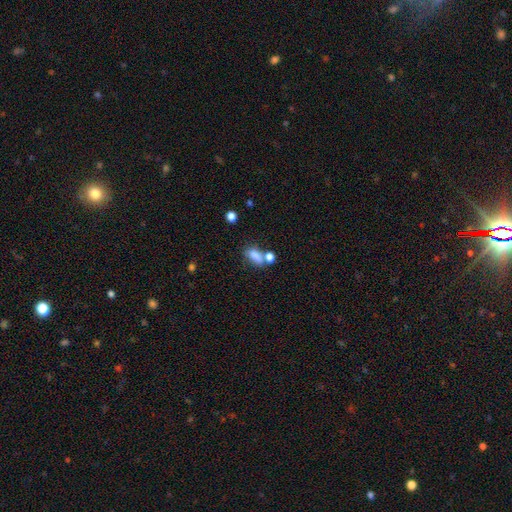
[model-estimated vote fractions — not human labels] A smooth galaxy with no disk features (78%) that is in between round and cigar-shaped (78%). Merging: none (42%).